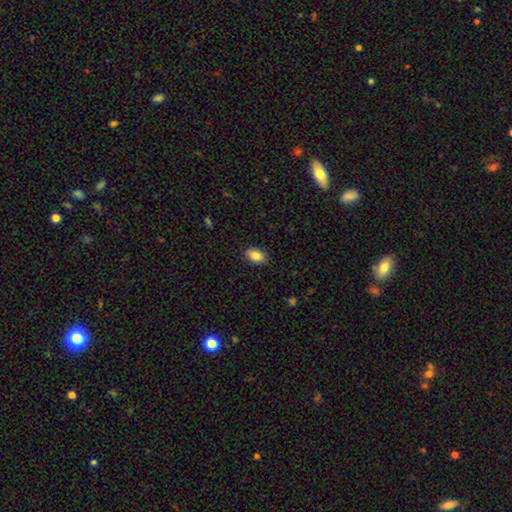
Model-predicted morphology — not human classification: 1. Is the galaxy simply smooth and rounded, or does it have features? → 85% smooth, 8% star or artifact, 7% featured or disk.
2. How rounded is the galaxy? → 87% in between, 12% round, 1% cigar-shaped.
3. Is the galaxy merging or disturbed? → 89% none, 8% minor disturbance, 2% major disturbance, 1% merger.